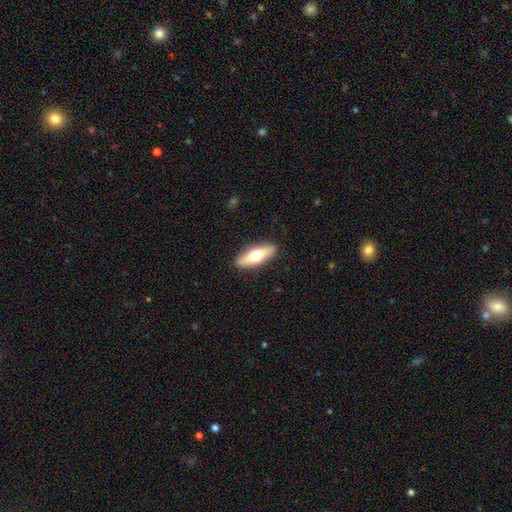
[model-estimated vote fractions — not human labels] smooth 55%, featured or disk 40%, star or artifact 5%. Down the decision tree: how rounded — in between (52%); merging — none (89%).